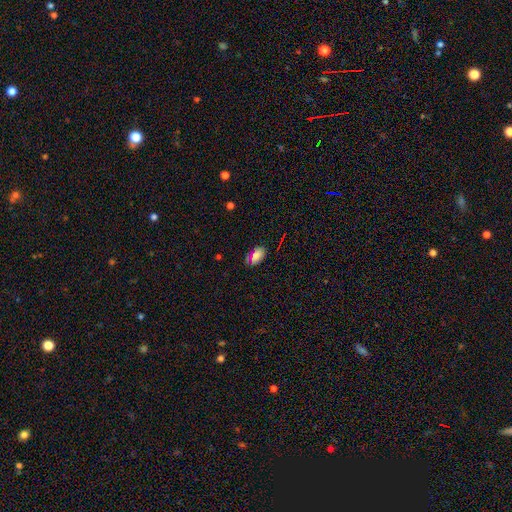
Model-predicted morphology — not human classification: Smooth or featured? Predicted: smooth (p=0.72). How rounded? Predicted: in between (p=0.91). Merging? Predicted: none (p=0.77).